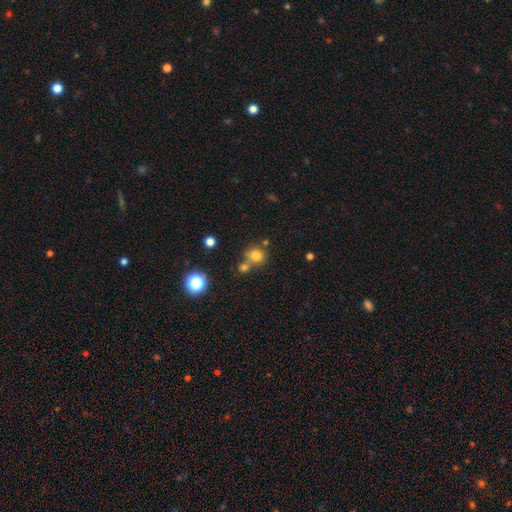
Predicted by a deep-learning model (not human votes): Smooth or featured? smooth (77%)
How rounded? round (81%)
Merging? none (58%)